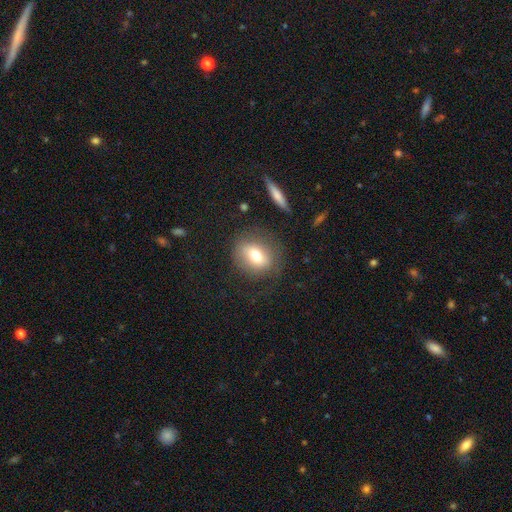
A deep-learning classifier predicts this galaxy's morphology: smooth-or-featured: smooth: 69% | featured or disk: 21% | star or artifact: 10%
  how-rounded: round: 64% | in between: 35% | cigar-shaped: 2%
  merging: none: 74% | minor disturbance: 15% | major disturbance: 8% | merger: 2%